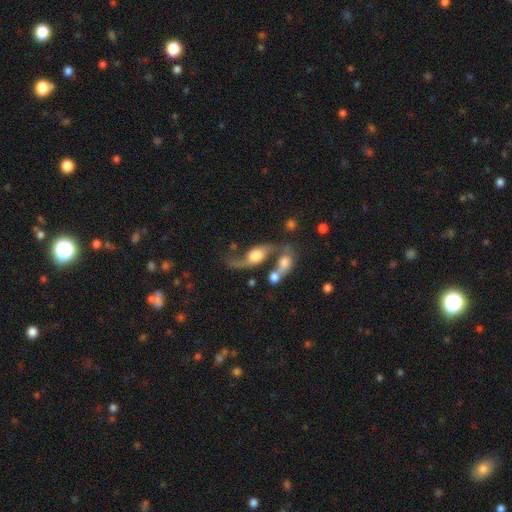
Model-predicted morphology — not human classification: This is likely a featured or disk galaxy (76%). It is clearly not viewed edge-on (88%). Bar: likely no (64%). Spiral arm pattern: clearly yes (91%). Spiral arm count: clearly 2 (89%). Spiral winding: clearly loose (88%). Central bulge: marginally large (43%). Merging: marginally merger (36%).